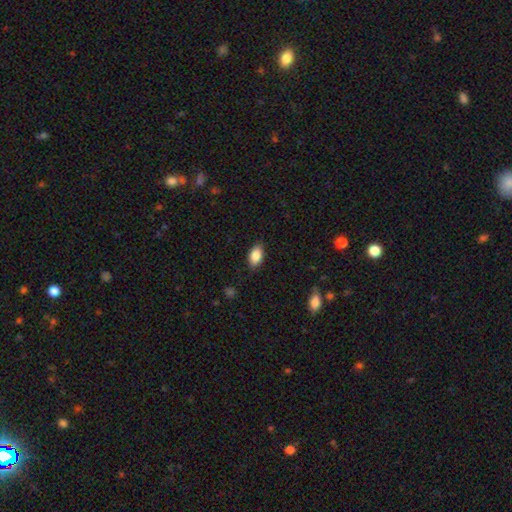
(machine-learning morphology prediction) Smooth or featured?
  - smooth: 87% *
  - star or artifact: 7%
  - featured or disk: 6%
How rounded?
  - in between: 91% *
  - round: 6%
  - cigar-shaped: 2%
Merging?
  - none: 86% *
  - minor disturbance: 11%
  - major disturbance: 2%
  - merger: 1%